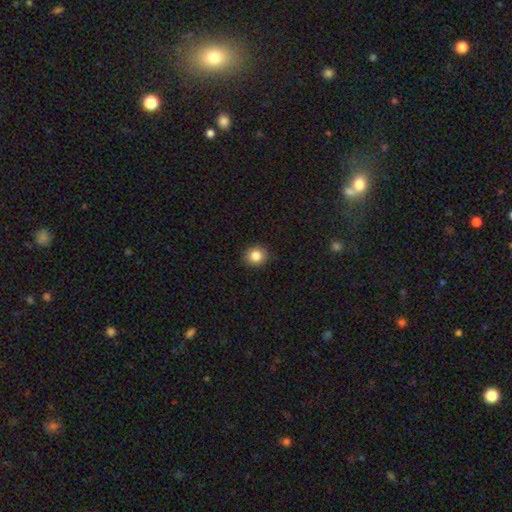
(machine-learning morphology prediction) Overall: smooth (84%). How rounded: round (83%). Merging: none (90%).